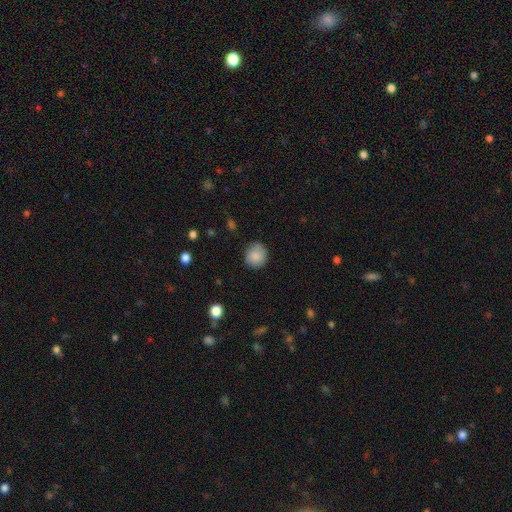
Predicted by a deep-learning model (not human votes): Smooth or featured? Predicted: smooth (p=0.84). How rounded? Predicted: round (p=0.84). Merging? Predicted: none (p=0.78).